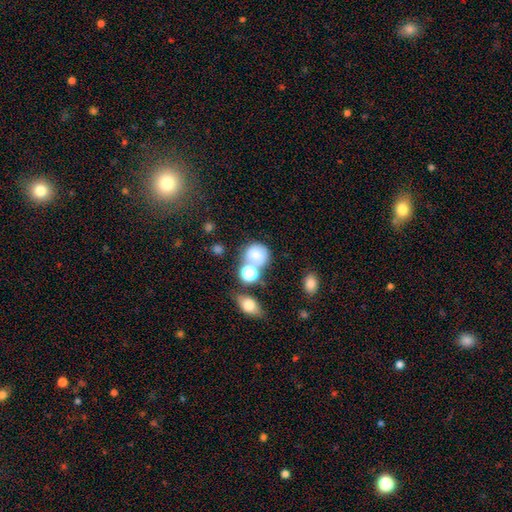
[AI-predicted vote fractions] This appears to be a smooth galaxy with no disk features (72%) that is round (70%). Merging: none (41%).